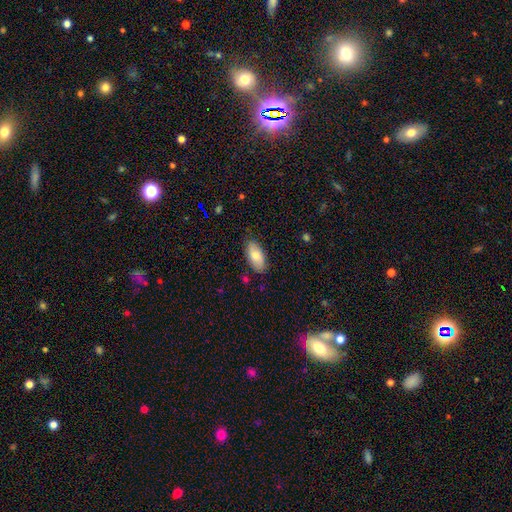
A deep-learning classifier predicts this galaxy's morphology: type=smooth (78%); roundness=in between (92%); merging=none (82%).